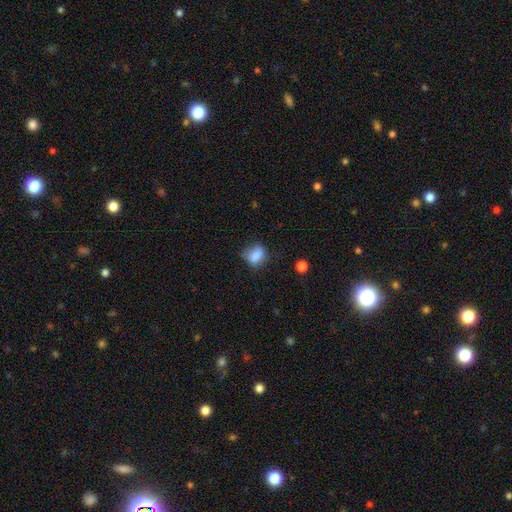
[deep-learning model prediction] A smooth galaxy with no disk features (79%) that is in between round and cigar-shaped (63%). Merging: none (52%).